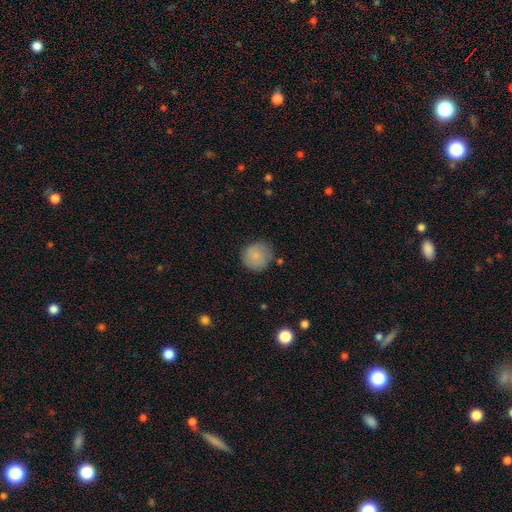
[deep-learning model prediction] Q: Smooth or featured?
A: smooth (81%); runner-up: featured or disk (12%)
Q: How rounded?
A: round (91%); runner-up: in between (8%)
Q: Merging?
A: none (75%); runner-up: minor disturbance (18%)